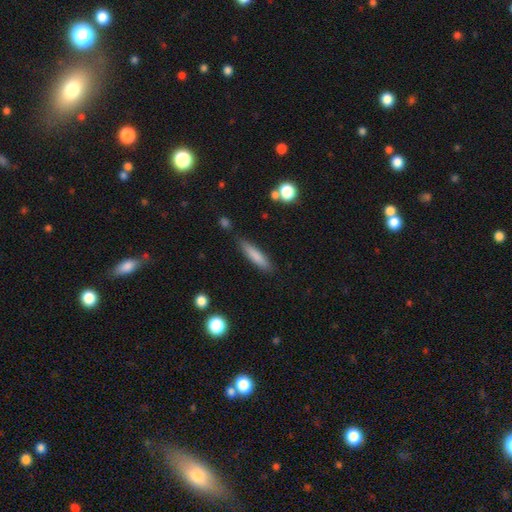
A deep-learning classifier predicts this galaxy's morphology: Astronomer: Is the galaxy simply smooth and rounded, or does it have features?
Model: smooth — 79%.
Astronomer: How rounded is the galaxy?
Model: cigar-shaped — 82%.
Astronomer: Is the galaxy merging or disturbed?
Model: none — 83%.